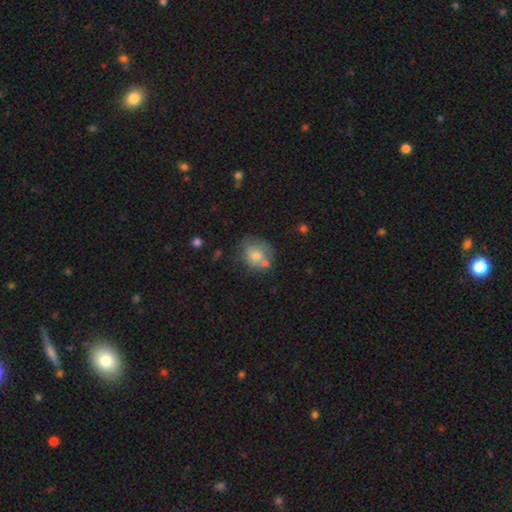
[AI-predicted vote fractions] smooth-or-featured: smooth: 61% | featured or disk: 30% | star or artifact: 9%
  how-rounded: round: 72% | in between: 27% | cigar-shaped: 1%
  merging: none: 50% | minor disturbance: 24% | merger: 16% | major disturbance: 10%